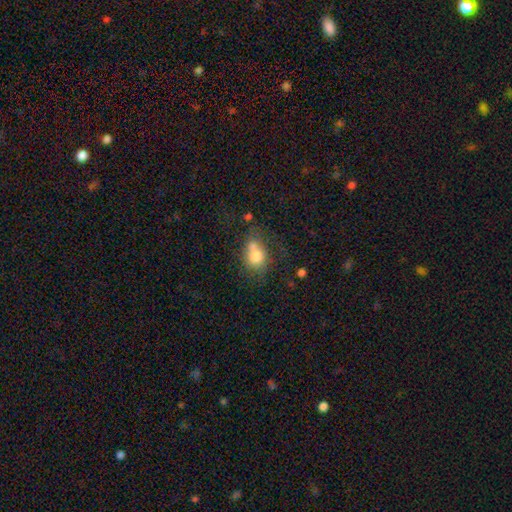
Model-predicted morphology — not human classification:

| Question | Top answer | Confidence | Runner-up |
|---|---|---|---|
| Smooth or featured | smooth | 74% | featured or disk (16%) |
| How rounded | round | 57% | in between (42%) |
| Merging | merger | 41% | none (37%) |